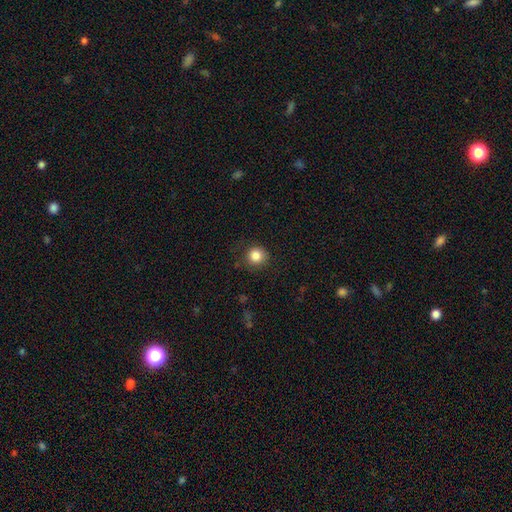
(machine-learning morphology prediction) This appears to be a smooth galaxy with no disk features (85%) that is round (92%). Merging: none (86%).